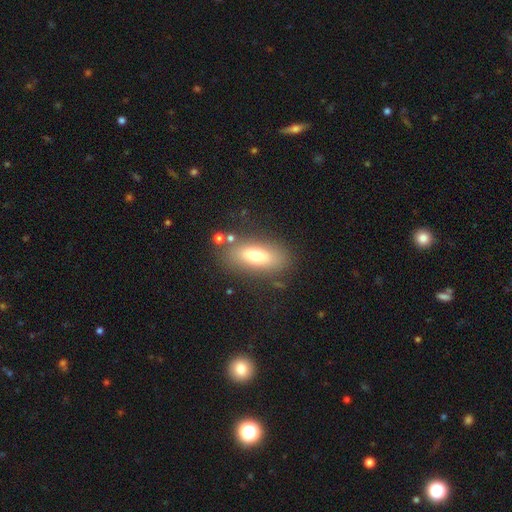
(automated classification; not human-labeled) Q: Smooth or featured?
A: smooth (70%); runner-up: featured or disk (21%)
Q: How rounded?
A: in between (80%); runner-up: cigar-shaped (15%)
Q: Merging?
A: none (79%); runner-up: minor disturbance (12%)